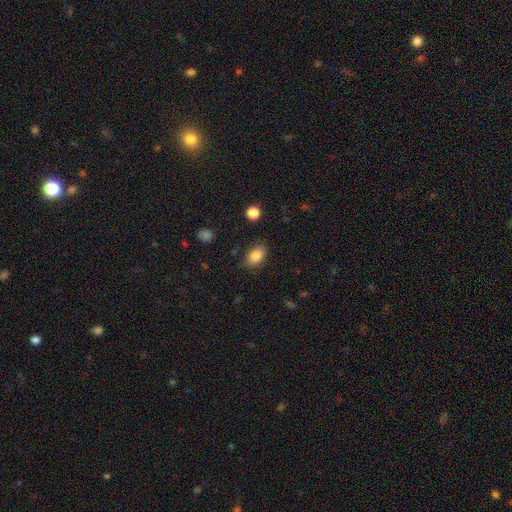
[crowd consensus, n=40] Overall: smooth (88%). How rounded: in between (83%). Merging: none (70%).